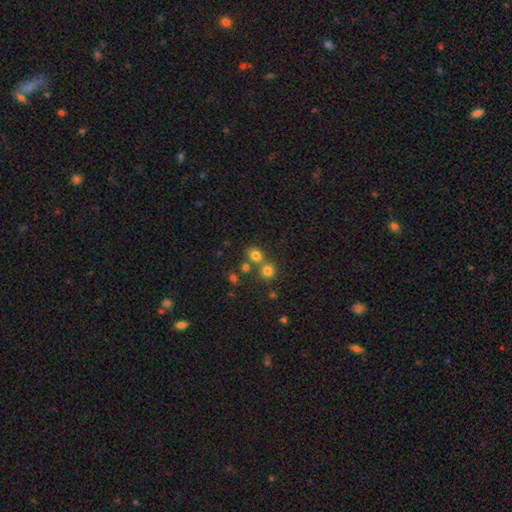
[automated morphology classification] A smooth galaxy with no disk features (77%) that is round (64%). Merging: none (56%).